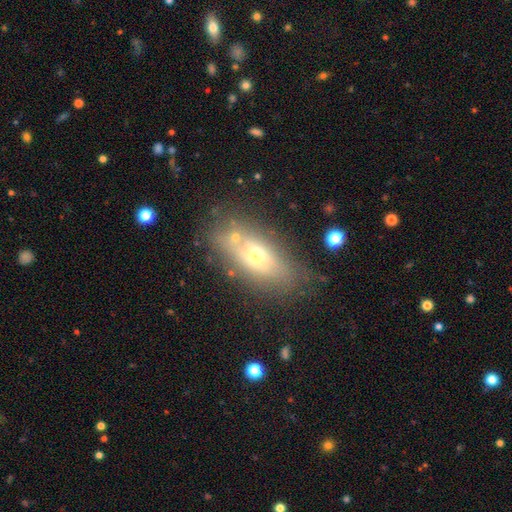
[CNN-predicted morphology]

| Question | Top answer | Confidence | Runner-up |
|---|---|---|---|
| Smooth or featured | featured or disk | 50% | smooth (39%) |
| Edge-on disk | yes | 60% | no (40%) |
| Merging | none | 70% | minor disturbance (16%) |